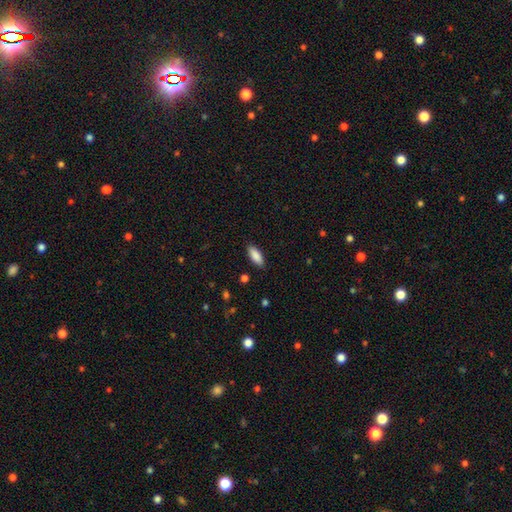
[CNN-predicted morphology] A smooth galaxy with no disk features (89%) that is in between round and cigar-shaped (77%). Merging: none (87%).